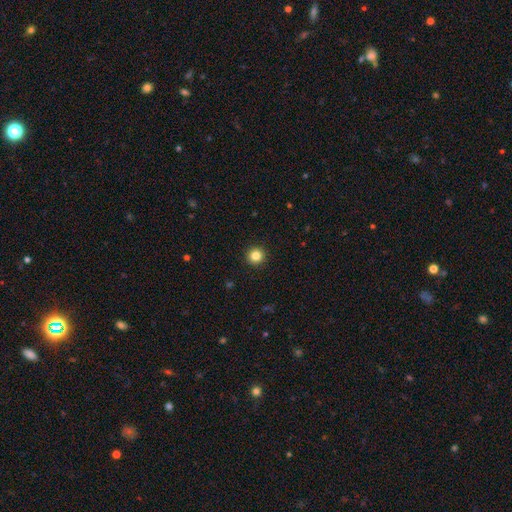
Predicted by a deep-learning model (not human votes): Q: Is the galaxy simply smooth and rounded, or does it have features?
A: smooth — 83%.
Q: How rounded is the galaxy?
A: round — 96%.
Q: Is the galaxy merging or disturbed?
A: none — 94%.